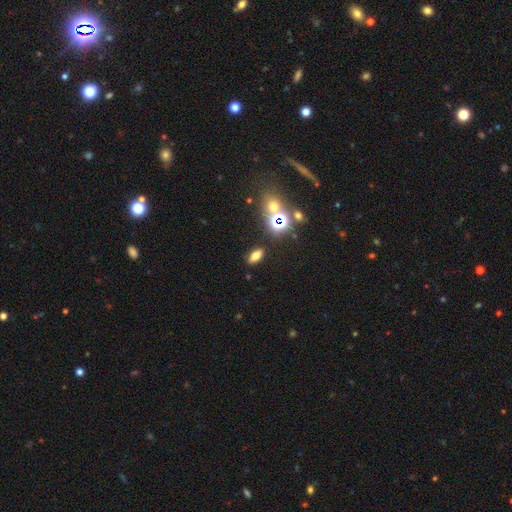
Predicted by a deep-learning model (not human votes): Smooth or featured: smooth — 65% (star or artifact — 21%)
How rounded: in between — 77% (cigar-shaped — 14%)
Merging: none — 86% (minor disturbance — 8%)